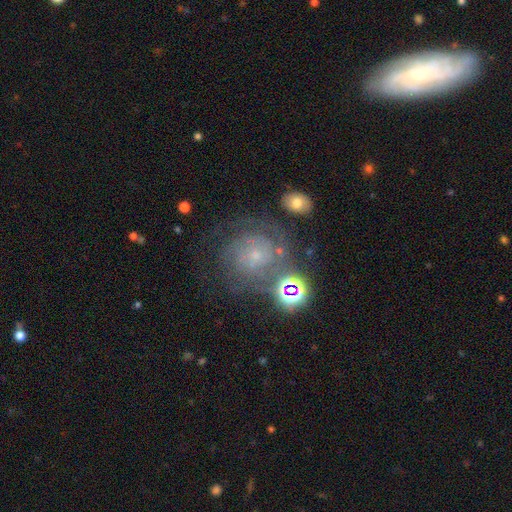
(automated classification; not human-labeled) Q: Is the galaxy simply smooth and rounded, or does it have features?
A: featured or disk — 58%.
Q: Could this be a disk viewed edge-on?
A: no — 97%.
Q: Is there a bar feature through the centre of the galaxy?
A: no — 74%.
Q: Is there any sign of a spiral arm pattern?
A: yes — 80%.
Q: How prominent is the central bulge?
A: small — 68%.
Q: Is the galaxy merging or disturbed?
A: none — 56%.